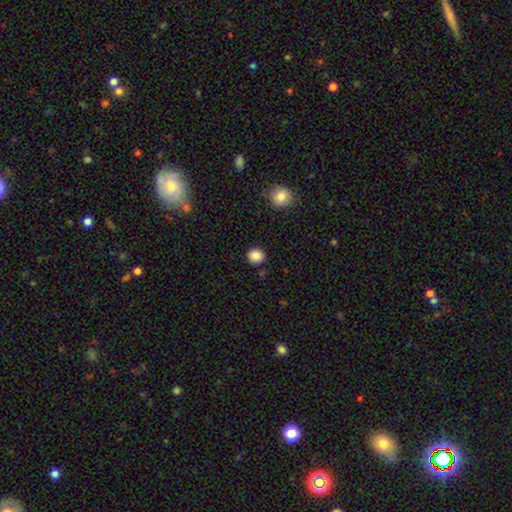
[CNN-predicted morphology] Smooth or featured?
  - smooth: 87% *
  - star or artifact: 10%
  - featured or disk: 4%
How rounded?
  - round: 91% *
  - in between: 8%
  - cigar-shaped: 1%
Merging?
  - none: 90% *
  - minor disturbance: 6%
  - major disturbance: 2%
  - merger: 2%